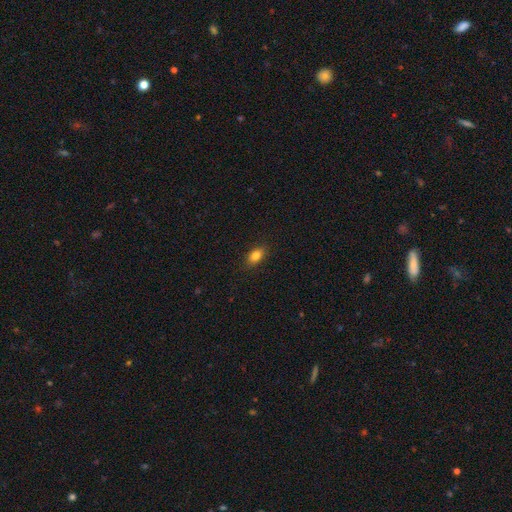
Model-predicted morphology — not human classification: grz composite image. It shows a smooth galaxy with no disk features (82%) that is in between round and cigar-shaped (85%). Merging: none (88%).